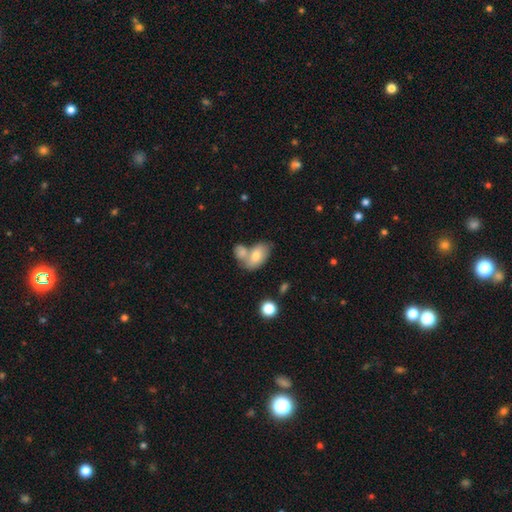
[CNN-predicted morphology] This is likely a smooth galaxy (73%). How rounded: clearly in between (90%). Merging: possibly merger (52%).